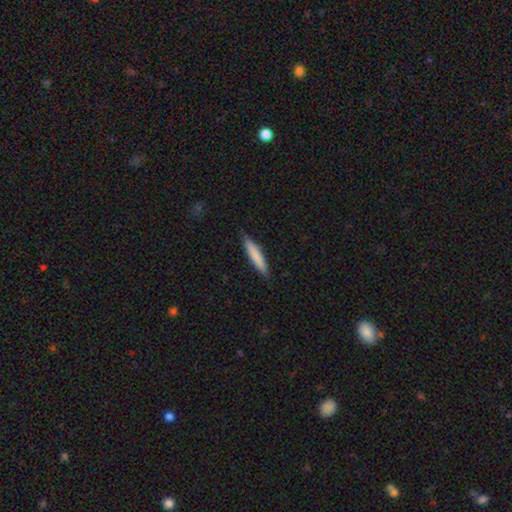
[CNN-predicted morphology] Smooth or featured?
  - smooth: 80% *
  - featured or disk: 15%
  - star or artifact: 6%
How rounded?
  - cigar-shaped: 90% *
  - in between: 9%
  - round: 1%
Merging?
  - none: 87% *
  - minor disturbance: 10%
  - major disturbance: 2%
  - merger: 1%